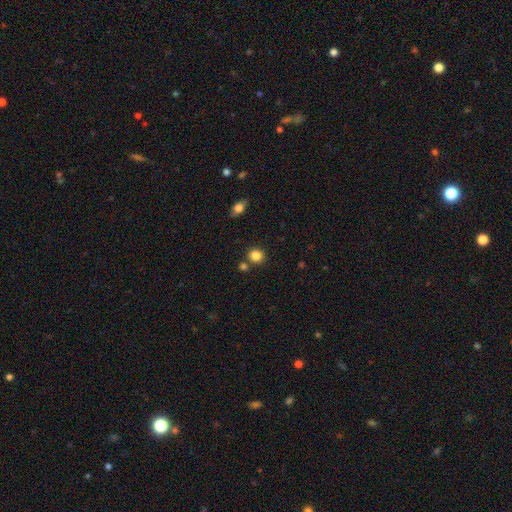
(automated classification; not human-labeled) Q: Smooth or featured?
A: smooth (84%); runner-up: star or artifact (11%)
Q: How rounded?
A: round (84%); runner-up: in between (15%)
Q: Merging?
A: none (78%); runner-up: merger (11%)